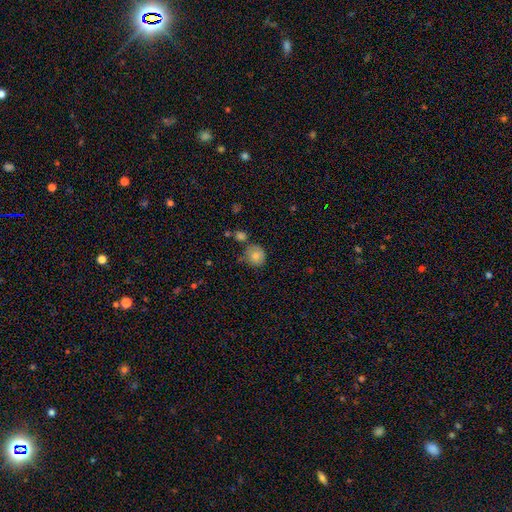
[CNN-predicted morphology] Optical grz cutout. It shows a smooth galaxy with no disk features (75%) that is round (81%). Merging: none (59%).